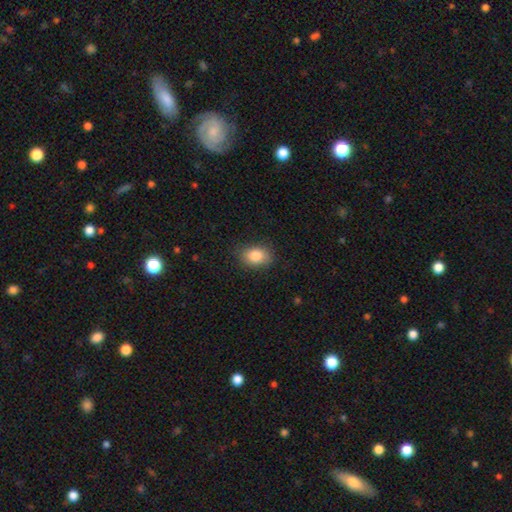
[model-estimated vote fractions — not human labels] A smooth galaxy with no disk features (83%) that is in between round and cigar-shaped (75%). Merging: none (84%).